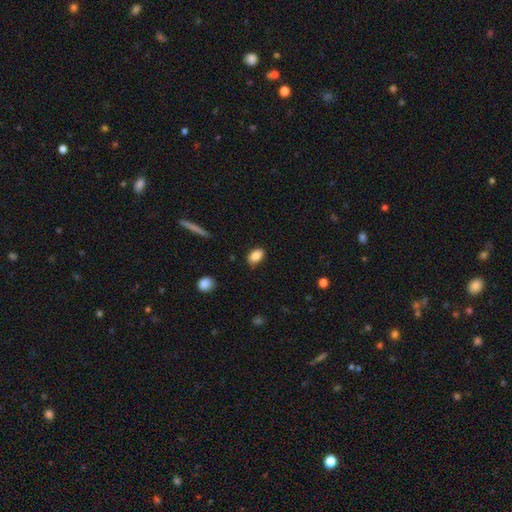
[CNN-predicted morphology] Smooth or featured? smooth (86%)
How rounded? in between (88%)
Merging? none (80%)